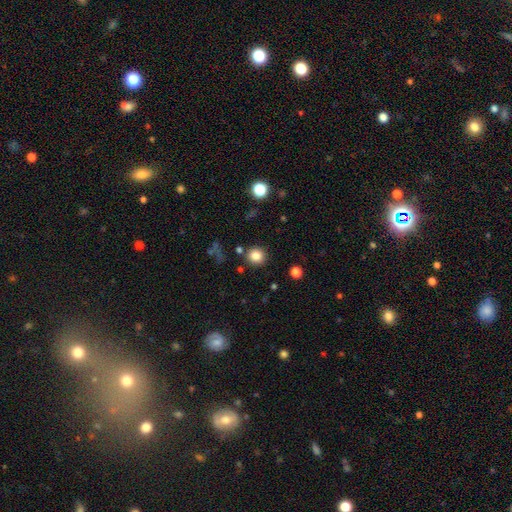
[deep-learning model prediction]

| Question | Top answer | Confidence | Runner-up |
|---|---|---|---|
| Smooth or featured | smooth | 83% | star or artifact (12%) |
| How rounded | round | 91% | in between (8%) |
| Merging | none | 87% | minor disturbance (7%) |